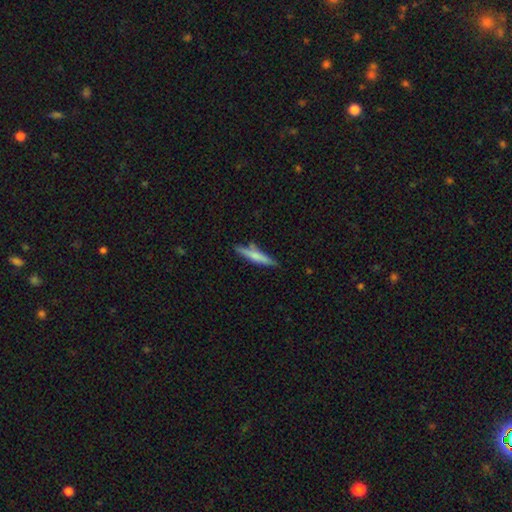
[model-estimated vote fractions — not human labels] A smooth galaxy with no disk features (62%) that is cigar-shaped (90%). Merging: none (78%).